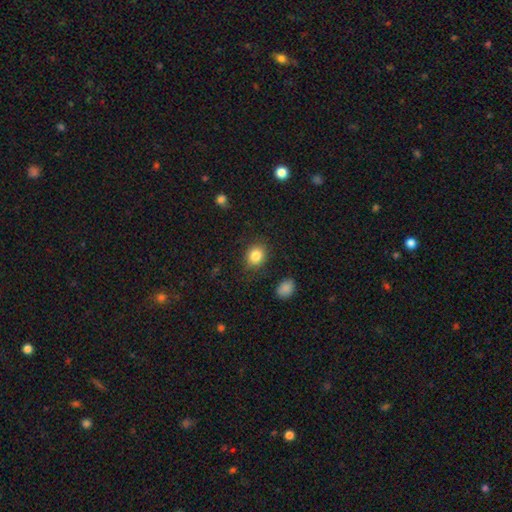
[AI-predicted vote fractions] smooth-or-featured: smooth: 85% | star or artifact: 9% | featured or disk: 6%
  how-rounded: round: 56% | in between: 43% | cigar-shaped: 1%
  merging: none: 83% | minor disturbance: 12% | major disturbance: 3% | merger: 2%